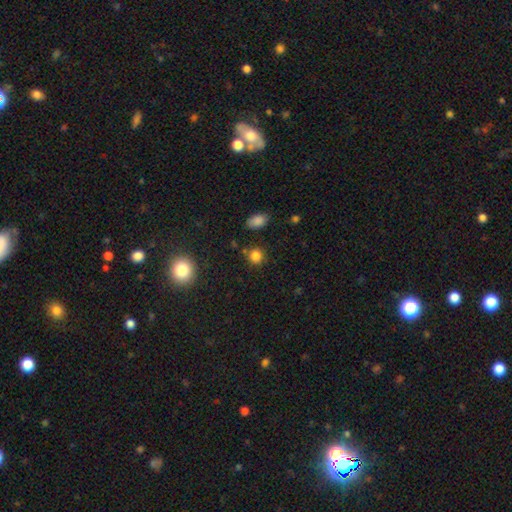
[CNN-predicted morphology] This is clearly a smooth galaxy (82%). How rounded: clearly round (83%). Merging: likely none (79%).